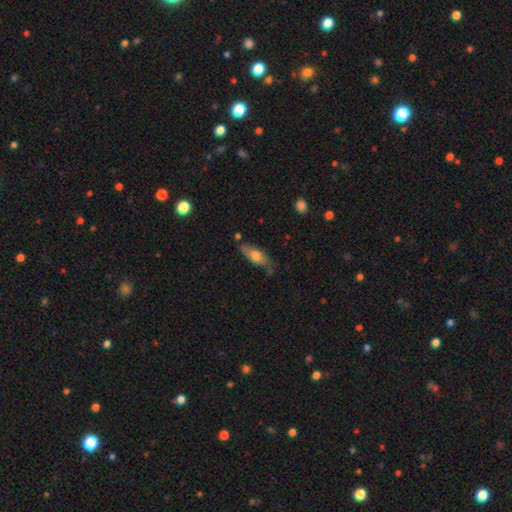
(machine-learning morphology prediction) A smooth galaxy with no disk features (64%) that is in between round and cigar-shaped (63%).

Vote fractions:
- Smooth or featured? smooth: 64% / featured or disk: 30% / star or artifact: 6%
- How rounded? in between: 63% / cigar-shaped: 35% / round: 3%
- Merging? none: 62% / minor disturbance: 27% / major disturbance: 6% / merger: 5%